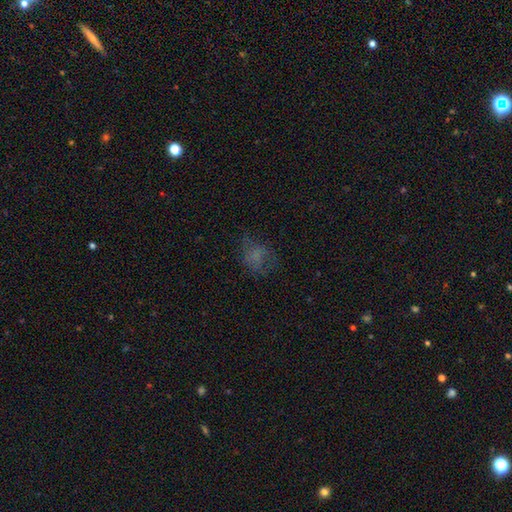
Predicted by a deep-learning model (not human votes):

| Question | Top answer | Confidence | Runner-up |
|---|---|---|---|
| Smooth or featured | smooth | 55% | featured or disk (24%) |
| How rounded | round | 51% | in between (47%) |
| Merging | none | 56% | major disturbance (22%) |